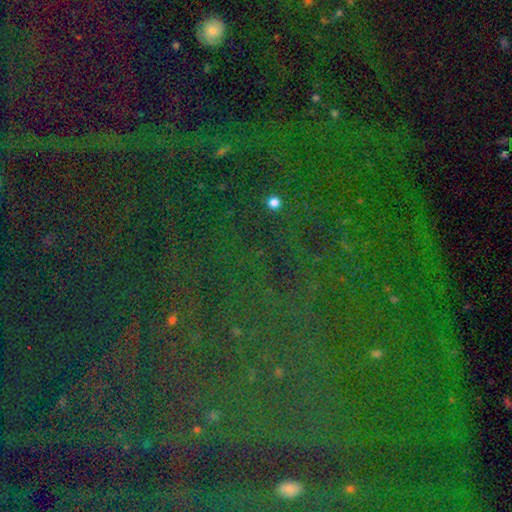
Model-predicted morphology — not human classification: A star or artifact, not a galaxy (83%).

Vote fractions:
- Smooth or featured? star or artifact: 83% / smooth: 10% / featured or disk: 7%